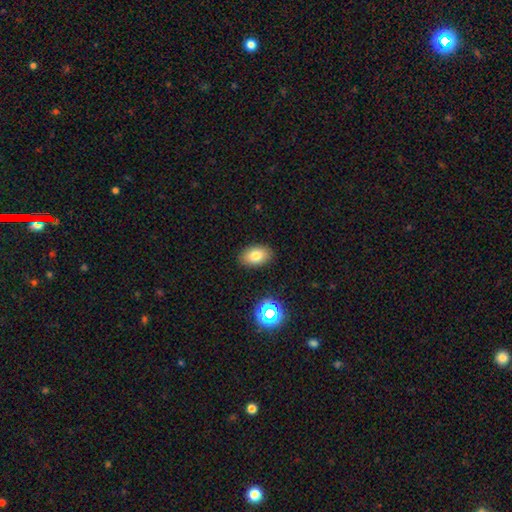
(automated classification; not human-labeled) This appears to be a smooth galaxy with no disk features (78%) that is in between round and cigar-shaped (88%). Merging: none (87%).